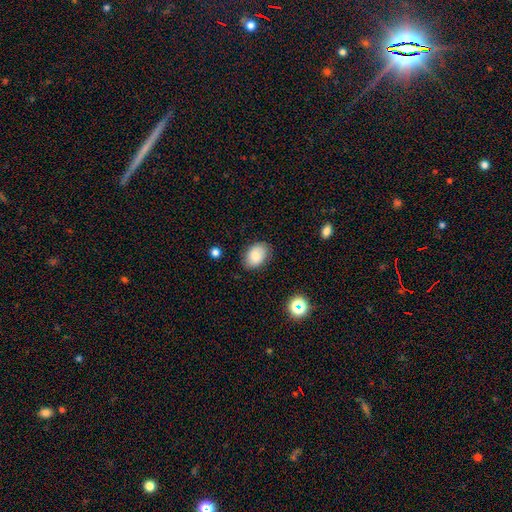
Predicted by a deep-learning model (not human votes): Smooth or featured? Predicted: smooth (p=0.79). How rounded? Predicted: in between (p=0.82). Merging? Predicted: none (p=0.82).